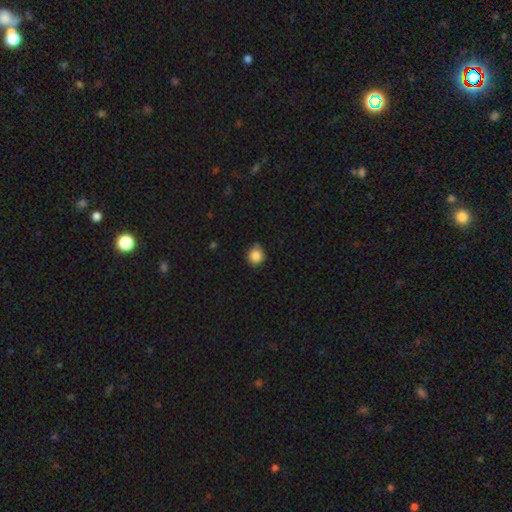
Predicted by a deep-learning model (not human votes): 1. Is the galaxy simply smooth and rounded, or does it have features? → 86% smooth, 10% star or artifact, 5% featured or disk.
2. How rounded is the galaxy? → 86% round, 13% in between, 1% cigar-shaped.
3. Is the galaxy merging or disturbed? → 76% none, 19% minor disturbance, 3% major disturbance, 2% merger.